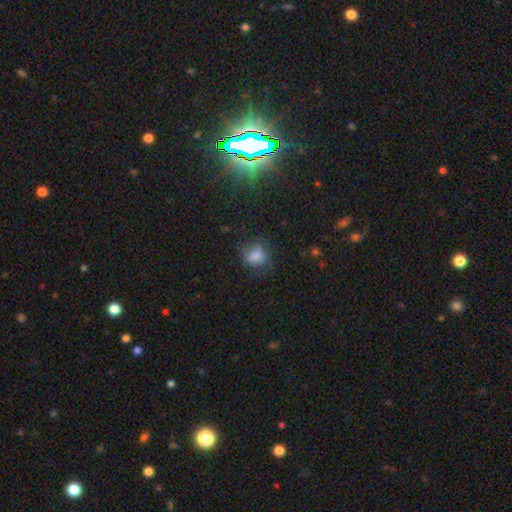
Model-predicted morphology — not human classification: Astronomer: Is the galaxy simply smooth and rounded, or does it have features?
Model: smooth — 75%.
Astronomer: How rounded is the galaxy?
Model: round — 56% (runner-up: in between, 42%).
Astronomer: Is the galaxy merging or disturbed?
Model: none — 65%.